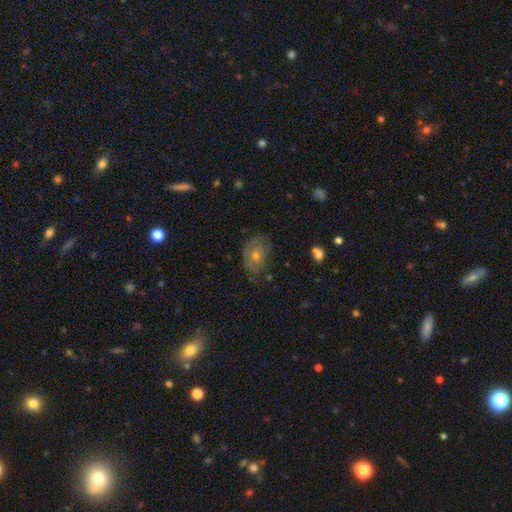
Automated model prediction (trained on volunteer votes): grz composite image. It shows a featured or disk galaxy (44%). Merging: none (65%).